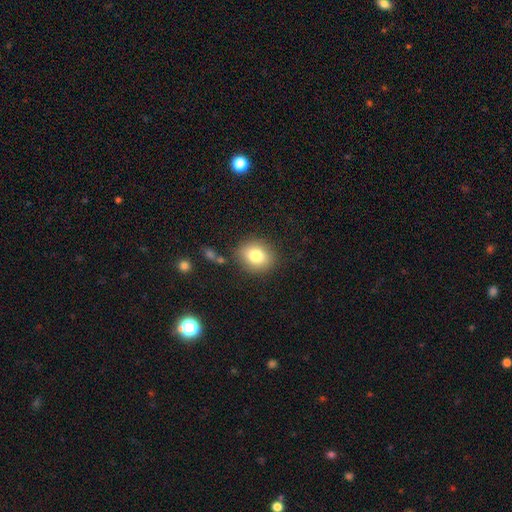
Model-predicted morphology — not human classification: Overall: smooth (81%). How rounded: round (61%; in between 38%). Merging: none (84%).